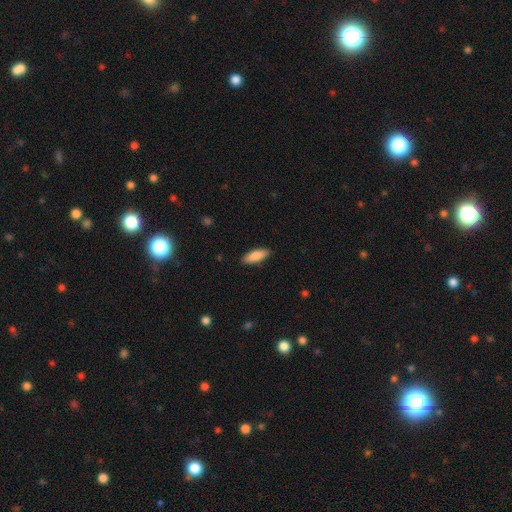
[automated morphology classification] Smooth or featured? Predicted: smooth (p=0.87). How rounded? Predicted: in between (p=0.71). Merging? Predicted: none (p=0.89).